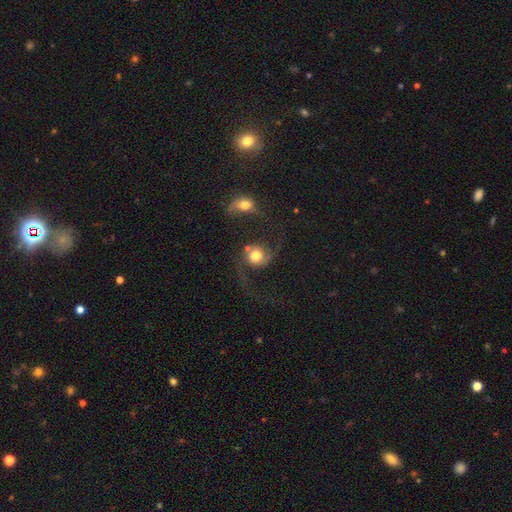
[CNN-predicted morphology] The model was most divided on "smooth or featured": featured or disk: 48%, smooth: 43%, star or artifact: 9%. Remaining: merging — none (33%).